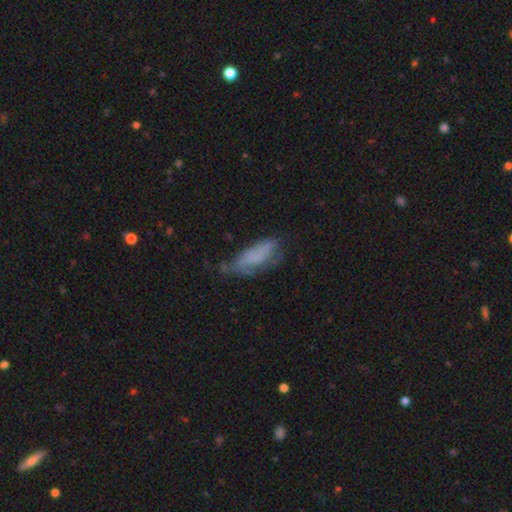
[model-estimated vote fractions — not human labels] smooth-or-featured: smooth: 56% | featured or disk: 33% | star or artifact: 11%
  how-rounded: in between: 68% | cigar-shaped: 29% | round: 2%
  merging: none: 36% | minor disturbance: 35% | major disturbance: 26% | merger: 4%